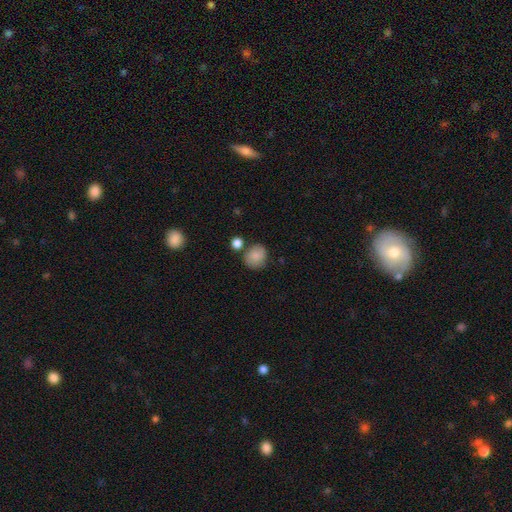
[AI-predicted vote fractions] Smooth or featured? smooth (84%)
How rounded? round (73%)
Merging? none (69%)